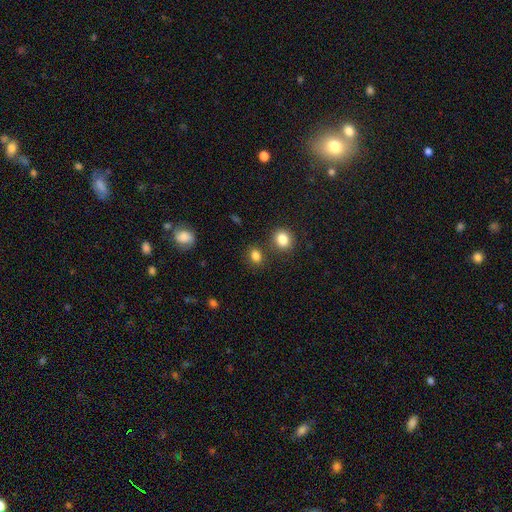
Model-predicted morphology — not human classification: This is clearly a smooth galaxy (84%). How rounded: likely in between (62%). Merging: likely none (76%).